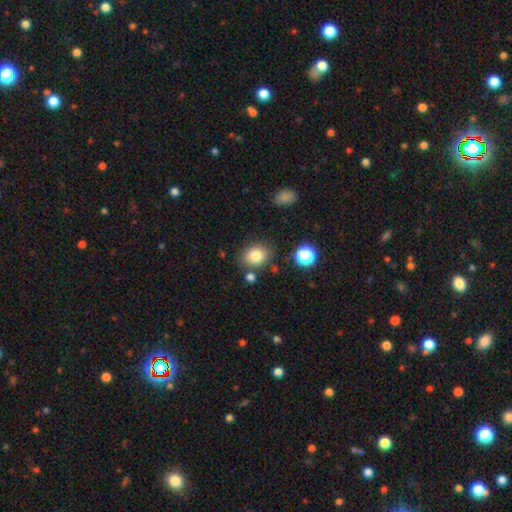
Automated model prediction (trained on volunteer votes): Smooth or featured? smooth (81%)
How rounded? in between (53%)
Merging? none (79%)